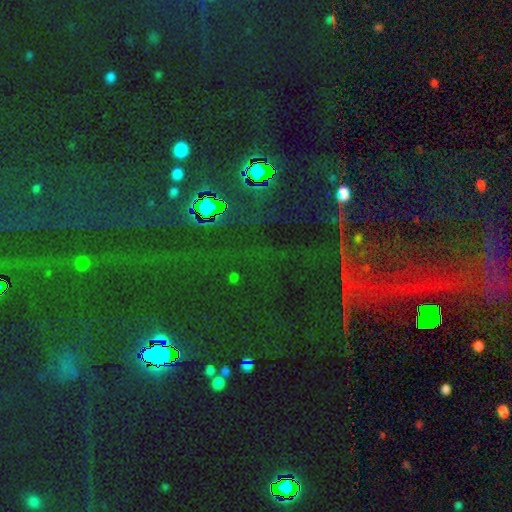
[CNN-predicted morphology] smooth_or_featured: star or artifact (p=0.84) [alt: smooth p=0.08]